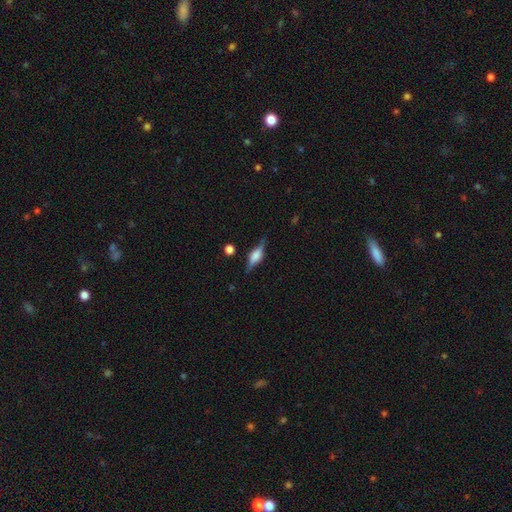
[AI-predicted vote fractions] A featured or disk galaxy (67%) viewed edge-on (95%) with a rounded central bulge (67%). Merging: none (78%).